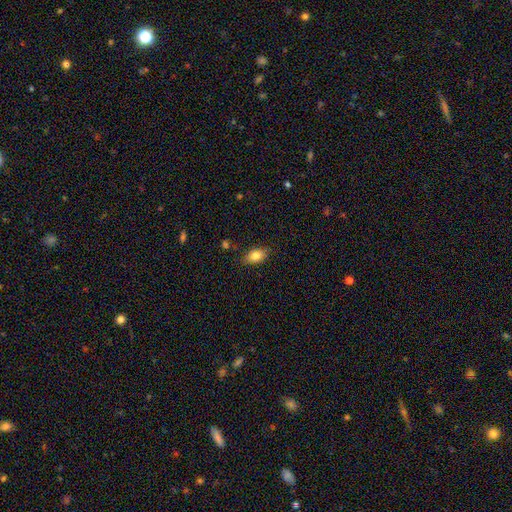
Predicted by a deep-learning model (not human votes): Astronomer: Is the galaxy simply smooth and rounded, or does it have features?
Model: smooth — 81%.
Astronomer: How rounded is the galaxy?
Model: in between — 88%.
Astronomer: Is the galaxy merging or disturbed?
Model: none — 83%.